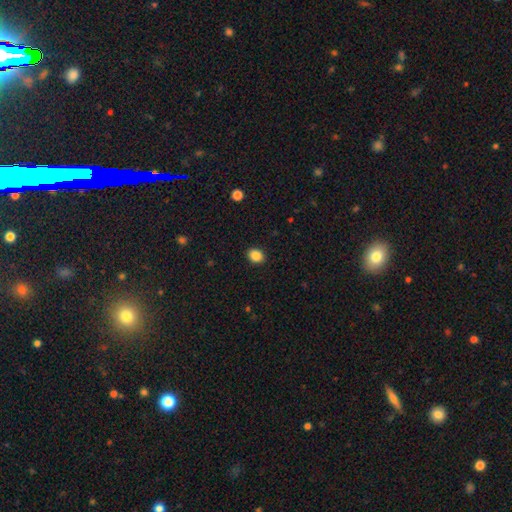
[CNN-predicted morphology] smooth 87%, star or artifact 10%, featured or disk 4%. Down the decision tree: how rounded — in between (50%); merging — none (91%).